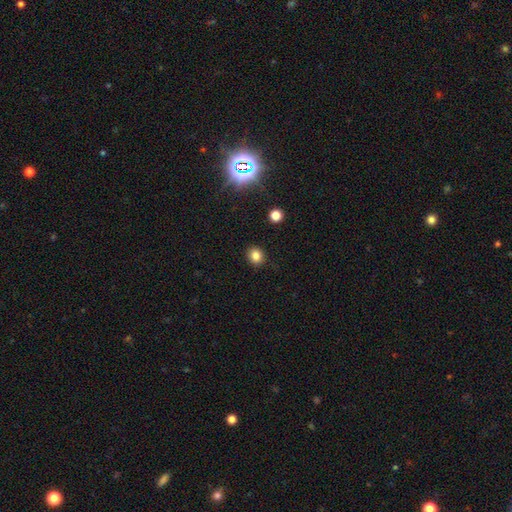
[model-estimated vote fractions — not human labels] Smooth or featured? smooth (82%)
How rounded? round (73%)
Merging? none (90%)